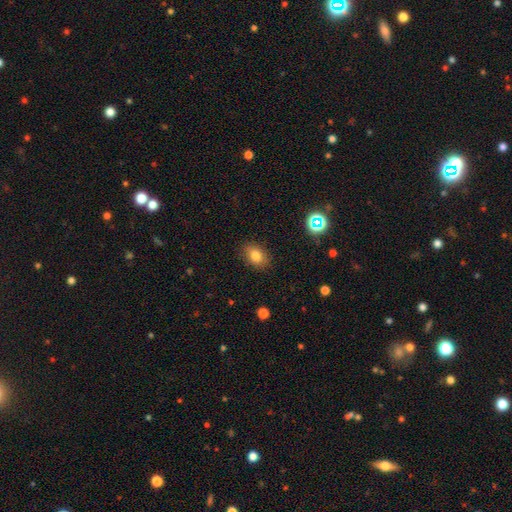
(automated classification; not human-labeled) Morphology: type=smooth (79%); roundness=in between (75%); merging=none (87%).